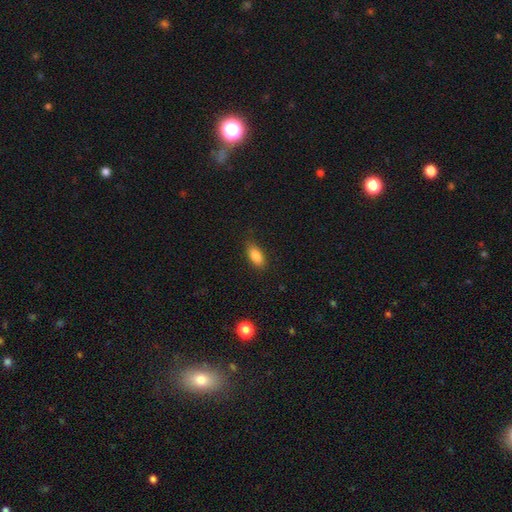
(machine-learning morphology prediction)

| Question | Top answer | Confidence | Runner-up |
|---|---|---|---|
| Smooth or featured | smooth | 83% | featured or disk (9%) |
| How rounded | in between | 85% | cigar-shaped (11%) |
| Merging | none | 82% | minor disturbance (14%) |